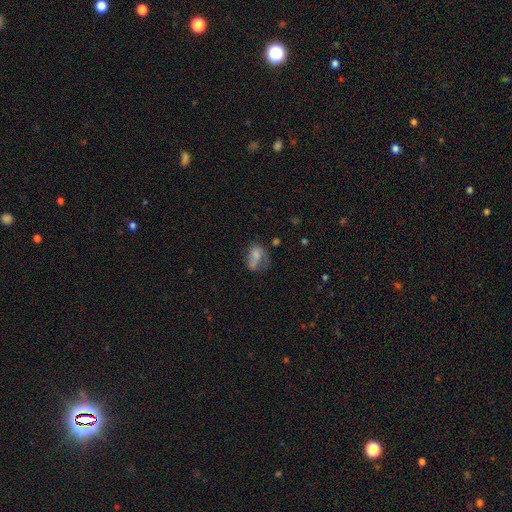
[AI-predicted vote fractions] A smooth galaxy with no disk features (58%) that is in between round and cigar-shaped (73%). Merging: major disturbance (33%).